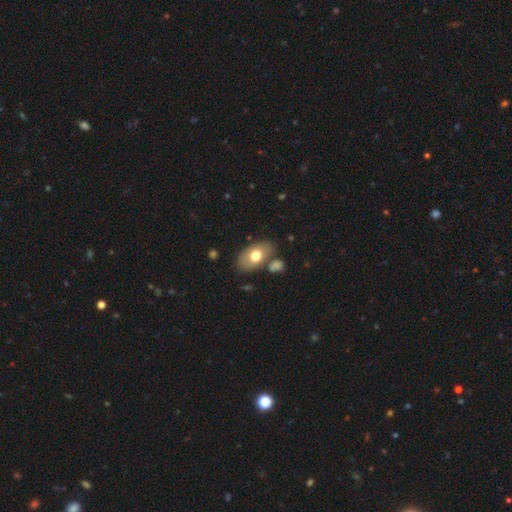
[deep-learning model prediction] Morphology: type=smooth (70%); roundness=in between (91%); merging=none (72%).